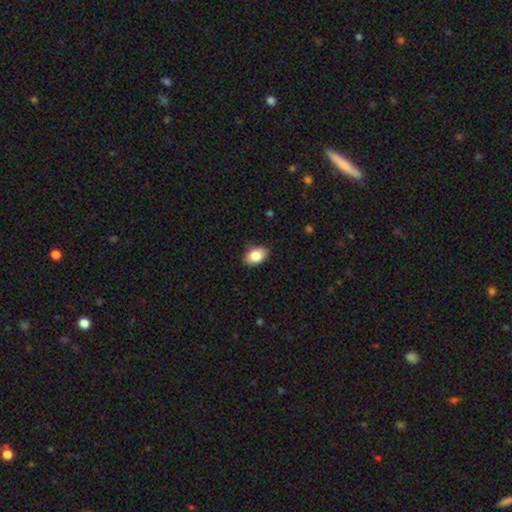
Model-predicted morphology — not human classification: smooth_or_featured: smooth (p=0.85) [alt: featured or disk p=0.08]
how_rounded: in between (p=0.86) [alt: round p=0.13]
merging: none (p=0.86) [alt: minor disturbance p=0.11]